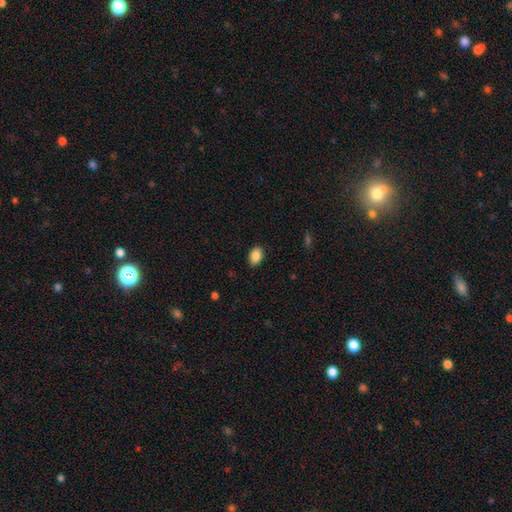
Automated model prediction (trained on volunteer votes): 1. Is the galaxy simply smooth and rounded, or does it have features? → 88% smooth, 8% star or artifact, 4% featured or disk.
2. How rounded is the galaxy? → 85% in between, 14% round, 1% cigar-shaped.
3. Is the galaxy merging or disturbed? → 86% none, 10% minor disturbance, 2% major disturbance, 1% merger.